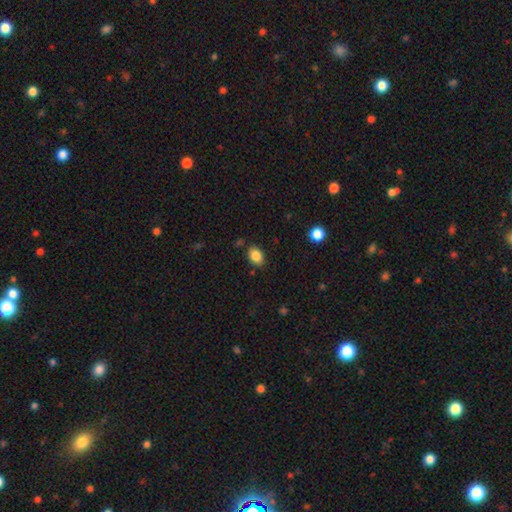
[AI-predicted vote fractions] This is clearly a smooth galaxy (85%). How rounded: likely in between (78%). Merging: clearly none (82%).